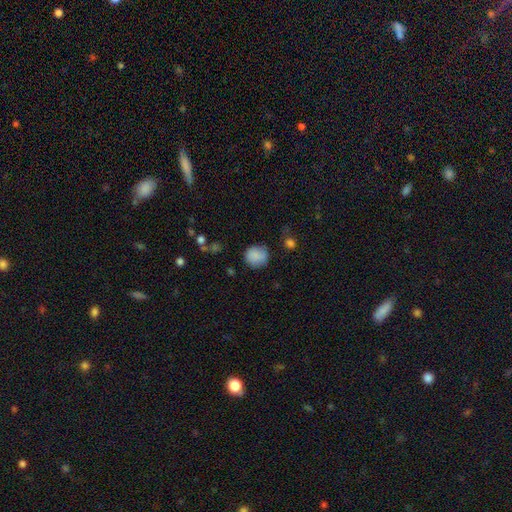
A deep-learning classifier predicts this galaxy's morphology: Overall: smooth (85%). How rounded: round (88%). Merging: none (77%).